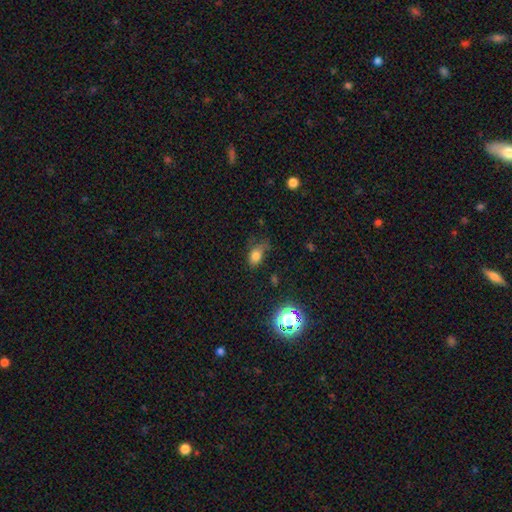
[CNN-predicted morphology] Q: Smooth or featured?
A: smooth (77%); runner-up: star or artifact (15%)
Q: How rounded?
A: in between (75%); runner-up: round (23%)
Q: Merging?
A: none (49%); runner-up: minor disturbance (32%)